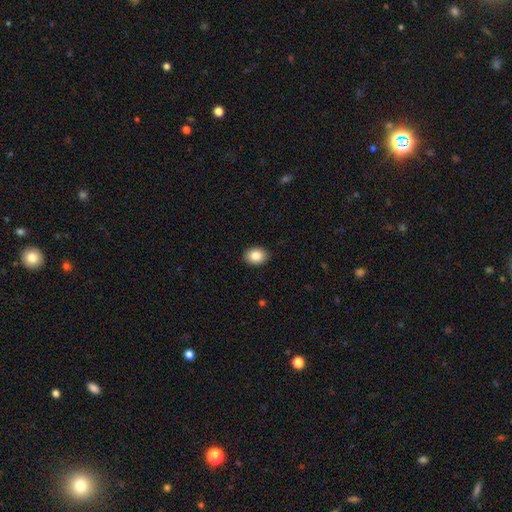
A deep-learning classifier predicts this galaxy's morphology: This appears to be a smooth galaxy with no disk features (86%) that is in between round and cigar-shaped (67%). Merging: none (90%).